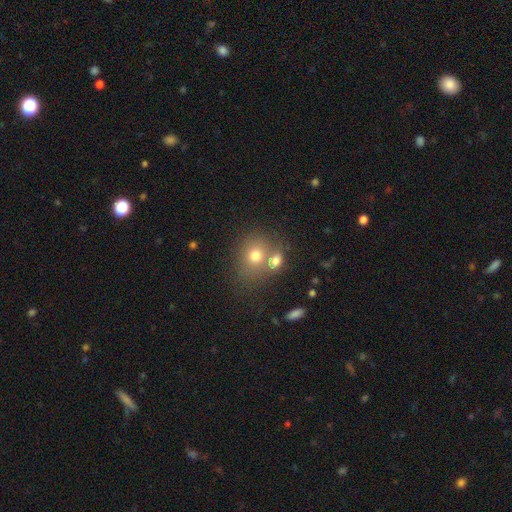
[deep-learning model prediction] A smooth galaxy with no disk features (72%) that is round (65%).

Vote fractions:
- Smooth or featured? smooth: 72% / featured or disk: 15% / star or artifact: 13%
- How rounded? round: 65% / in between: 34% / cigar-shaped: 1%
- Merging? none: 44% / merger: 41% / minor disturbance: 10% / major disturbance: 5%